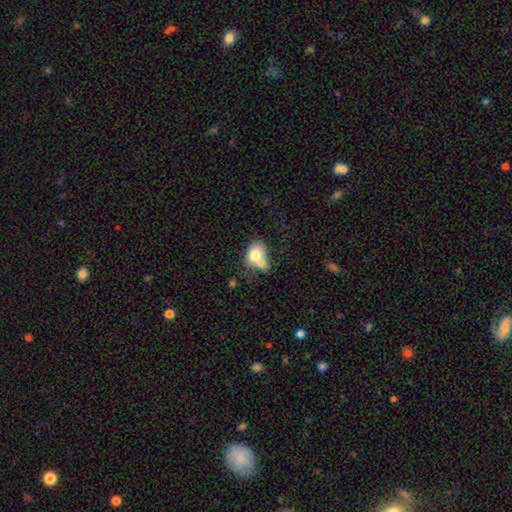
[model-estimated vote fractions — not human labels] Smooth or featured? smooth (73%)
How rounded? in between (63%)
Merging? merger (58%)